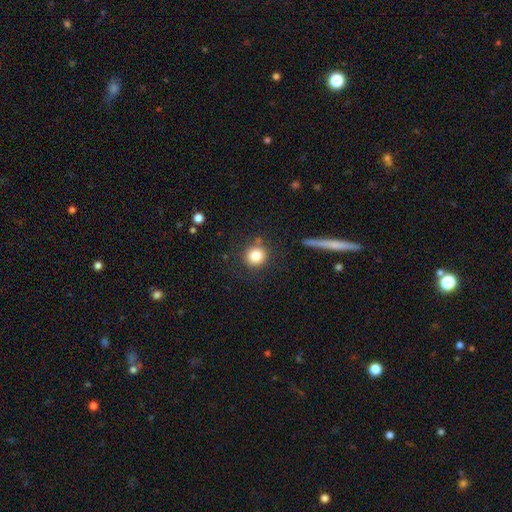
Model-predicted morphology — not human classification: Q: Smooth or featured?
A: smooth (85%); runner-up: star or artifact (10%)
Q: How rounded?
A: round (91%); runner-up: in between (8%)
Q: Merging?
A: none (82%); runner-up: minor disturbance (10%)